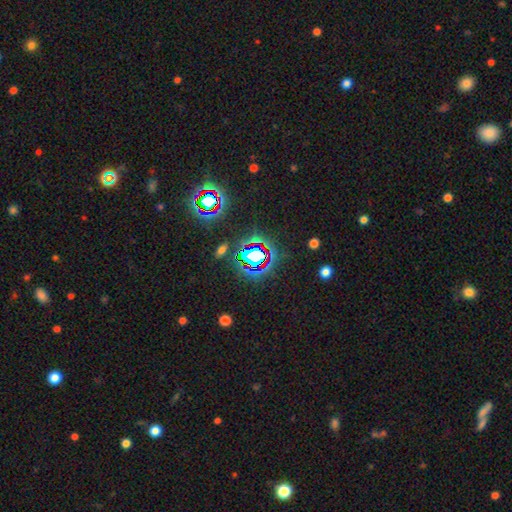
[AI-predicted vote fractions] The model was most divided on "smooth or featured": star or artifact: 67%, smooth: 20%, featured or disk: 13%.